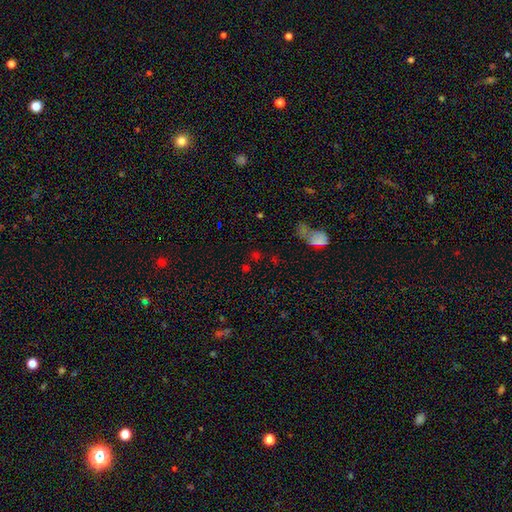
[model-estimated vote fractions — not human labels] A star or artifact, not a galaxy (50%).

Vote fractions:
- Smooth or featured? star or artifact: 50% / smooth: 38% / featured or disk: 12%